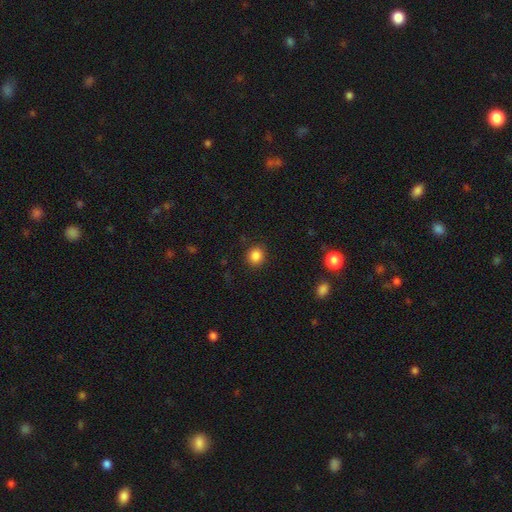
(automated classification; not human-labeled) A smooth galaxy with no disk features (86%) that is round (86%). Merging: none (89%).